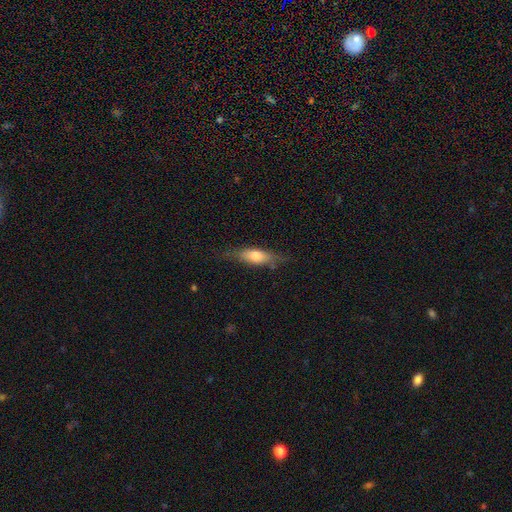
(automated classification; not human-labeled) Smooth or featured: smooth — 63% (featured or disk — 30%)
How rounded: in between — 55% (cigar-shaped — 43%)
Merging: none — 70% (minor disturbance — 22%)